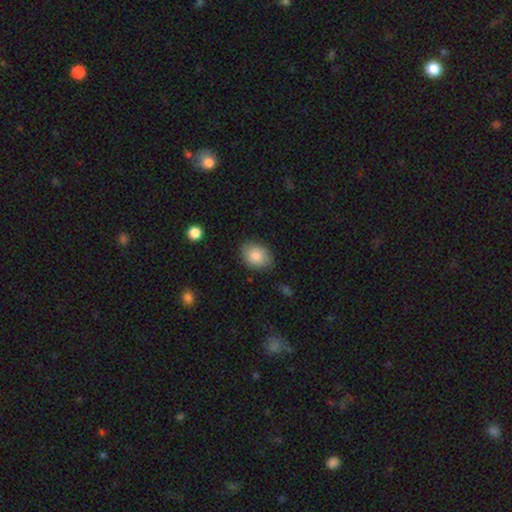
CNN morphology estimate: A smooth galaxy with no disk features (85%) that is in between round and cigar-shaped (70%). Merging: none (79%).